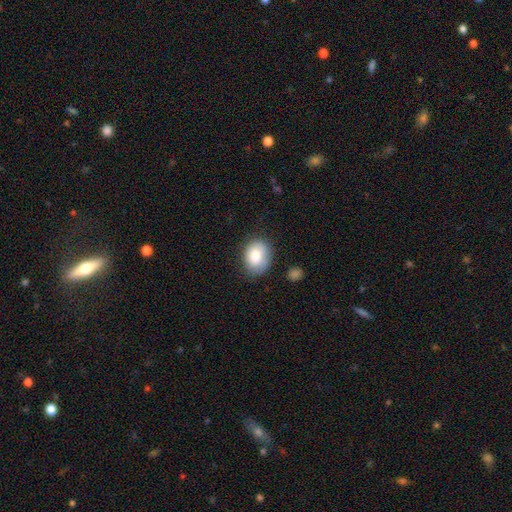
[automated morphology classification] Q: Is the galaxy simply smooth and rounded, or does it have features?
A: smooth — 82%.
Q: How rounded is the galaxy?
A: in between — 70%.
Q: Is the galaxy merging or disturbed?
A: none — 69%.